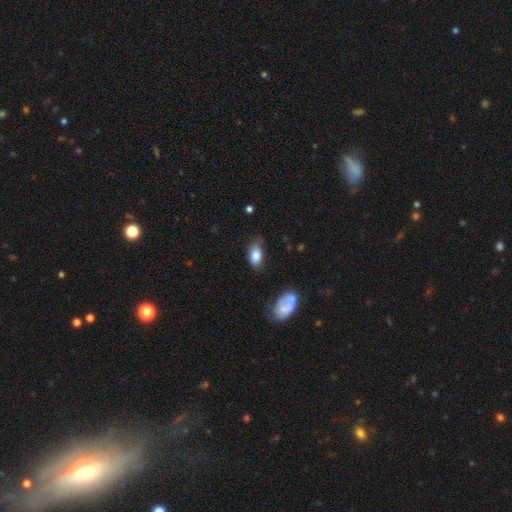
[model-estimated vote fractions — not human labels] smooth-or-featured: smooth: 82% | featured or disk: 10% | star or artifact: 8%
  how-rounded: in between: 90% | round: 6% | cigar-shaped: 4%
  merging: none: 59% | minor disturbance: 31% | major disturbance: 7% | merger: 3%